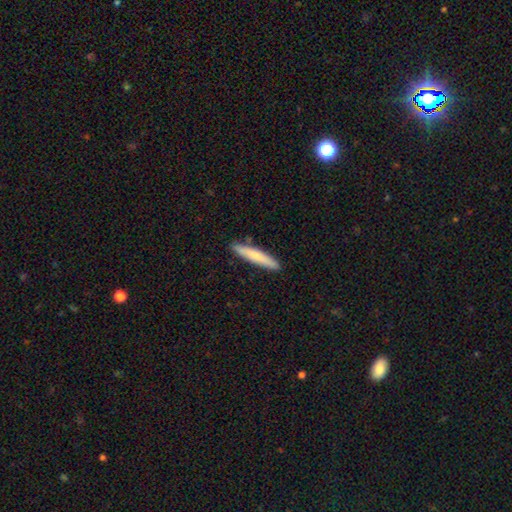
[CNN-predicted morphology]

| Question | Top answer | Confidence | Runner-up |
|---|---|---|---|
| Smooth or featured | smooth | 74% | featured or disk (21%) |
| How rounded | cigar-shaped | 93% | in between (6%) |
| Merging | none | 89% | minor disturbance (8%) |